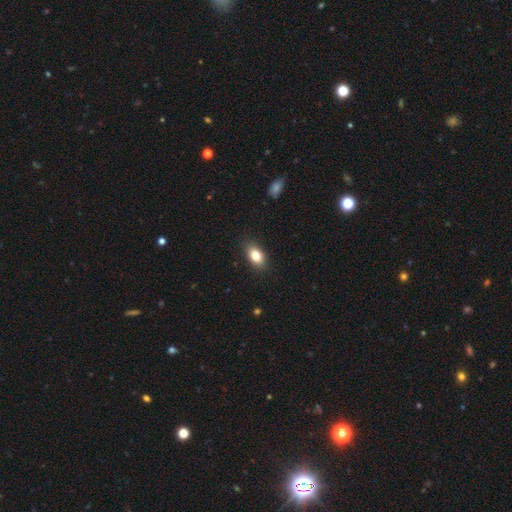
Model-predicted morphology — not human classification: Smooth or featured: smooth — 83% (featured or disk — 9%)
How rounded: in between — 88% (round — 9%)
Merging: none — 86% (minor disturbance — 11%)